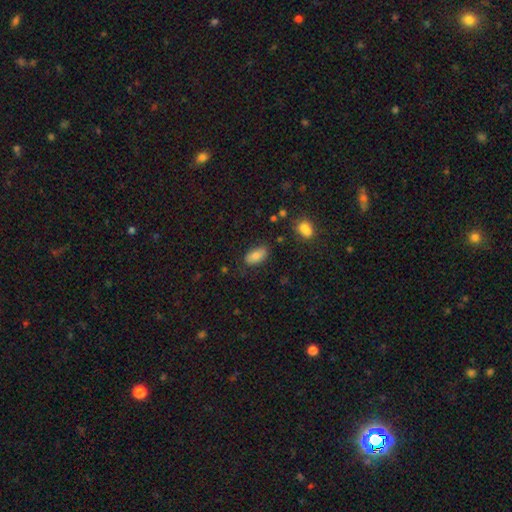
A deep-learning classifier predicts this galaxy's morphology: Q: Smooth or featured?
A: smooth (80%); runner-up: featured or disk (11%)
Q: How rounded?
A: in between (92%); runner-up: cigar-shaped (4%)
Q: Merging?
A: none (74%); runner-up: minor disturbance (19%)